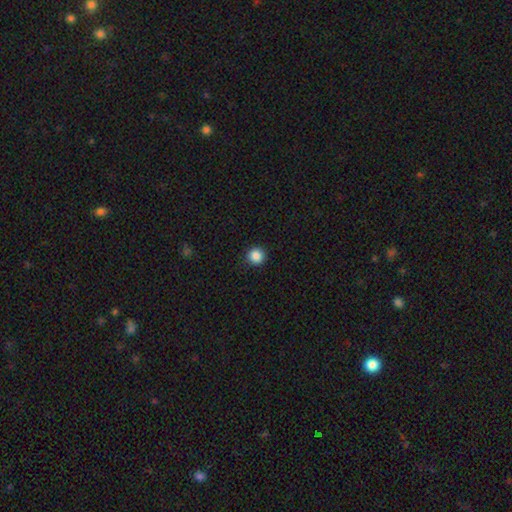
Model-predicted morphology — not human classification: Smooth or featured? smooth (87%)
How rounded? round (95%)
Merging? none (92%)